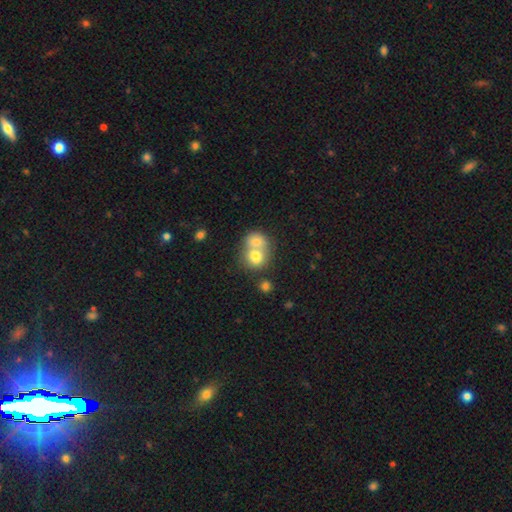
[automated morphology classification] Smooth or featured: smooth — 72% (featured or disk — 19%)
How rounded: round — 62% (in between — 37%)
Merging: merger — 72% (none — 20%)